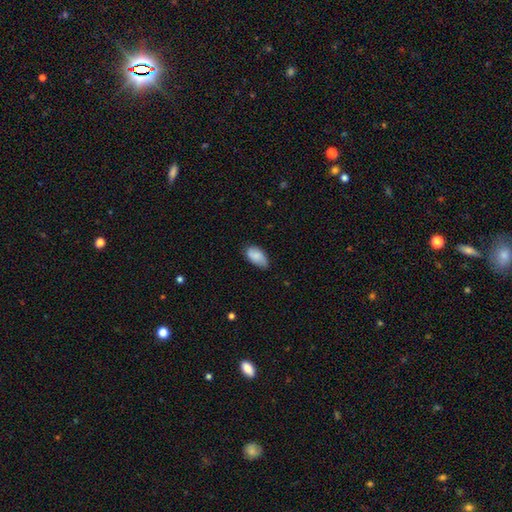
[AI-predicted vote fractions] A smooth galaxy with no disk features (79%) that is in between round and cigar-shaped (93%). Merging: none (65%).